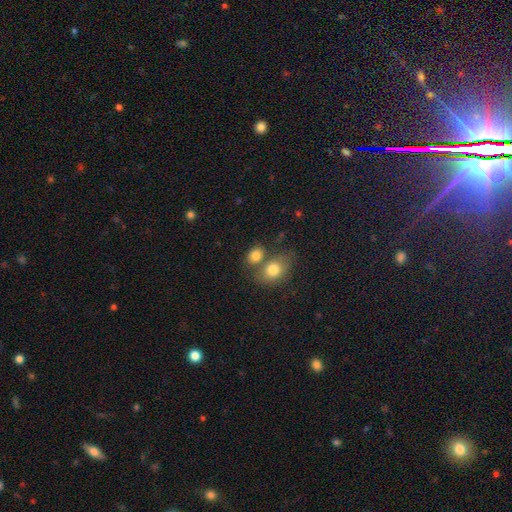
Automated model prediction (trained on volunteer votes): A smooth galaxy with no disk features (80%) that is in between round and cigar-shaped (64%). Merging: none (45%).